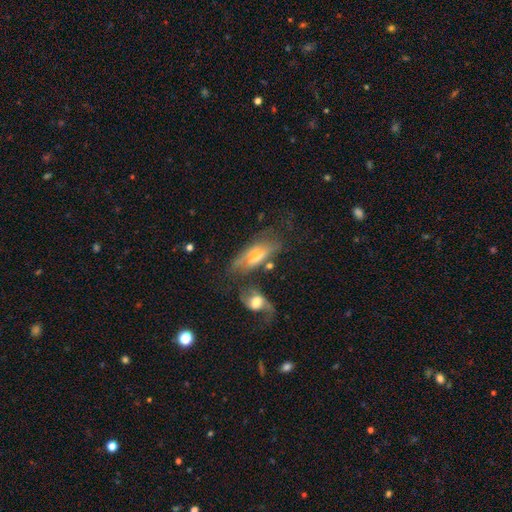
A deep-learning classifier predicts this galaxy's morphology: Smooth or featured? Predicted: featured or disk (p=0.54). Edge-on disk? Predicted: no (p=0.69). Merging? Predicted: none (p=0.38).